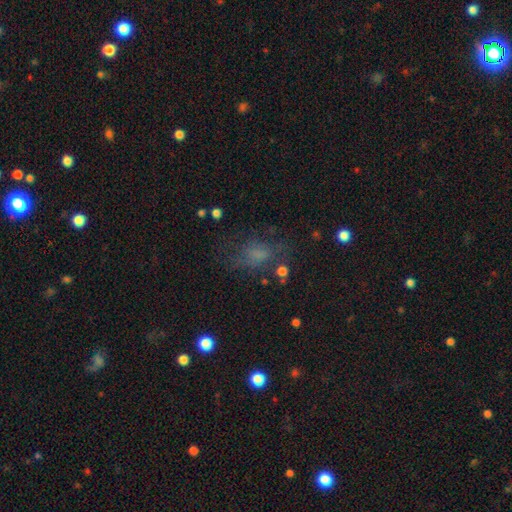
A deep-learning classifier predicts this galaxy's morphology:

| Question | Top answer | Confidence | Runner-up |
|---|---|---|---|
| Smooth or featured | smooth | 55% | featured or disk (23%) |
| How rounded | in between | 74% | round (22%) |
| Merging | none | 53% | major disturbance (22%) |